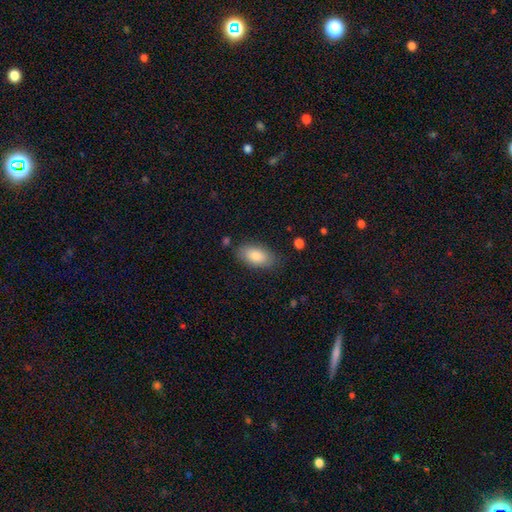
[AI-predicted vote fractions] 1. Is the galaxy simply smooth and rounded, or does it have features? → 84% smooth, 9% featured or disk, 7% star or artifact.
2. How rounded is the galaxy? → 92% in between, 5% cigar-shaped, 3% round.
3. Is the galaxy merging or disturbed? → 81% none, 14% minor disturbance, 3% major disturbance, 2% merger.